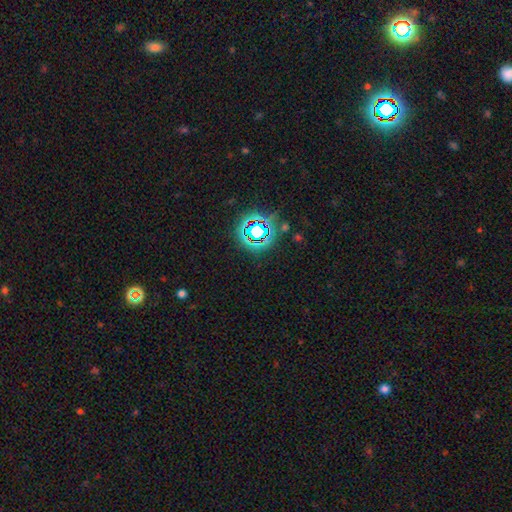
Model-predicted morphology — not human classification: smooth_or_featured: star or artifact (p=0.78) [alt: smooth p=0.15]